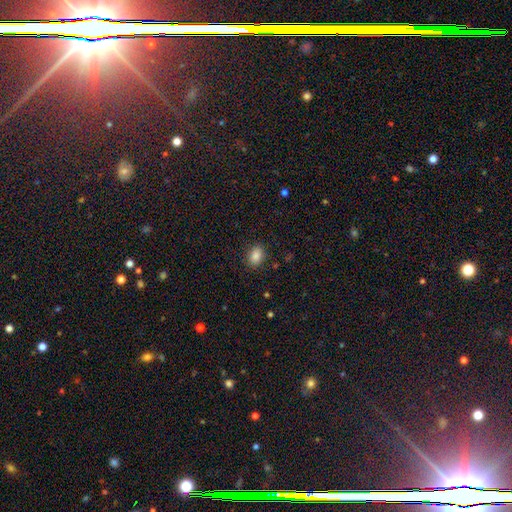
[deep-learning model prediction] Smooth or featured: smooth — 86% (star or artifact — 9%)
How rounded: in between — 73% (round — 25%)
Merging: none — 87% (minor disturbance — 9%)